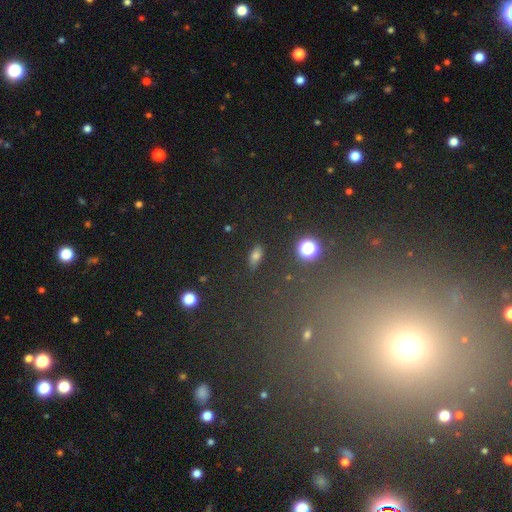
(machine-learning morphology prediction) Q: Smooth or featured?
A: smooth (69%); runner-up: star or artifact (17%)
Q: How rounded?
A: in between (75%); runner-up: cigar-shaped (15%)
Q: Merging?
A: none (87%); runner-up: minor disturbance (8%)